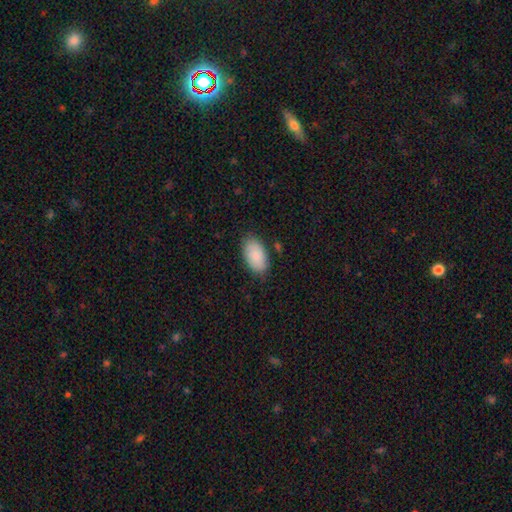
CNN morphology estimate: Smooth or featured?
  - smooth: 86% *
  - featured or disk: 8%
  - star or artifact: 6%
How rounded?
  - in between: 95% *
  - round: 3%
  - cigar-shaped: 2%
Merging?
  - none: 81% *
  - minor disturbance: 14%
  - major disturbance: 3%
  - merger: 2%